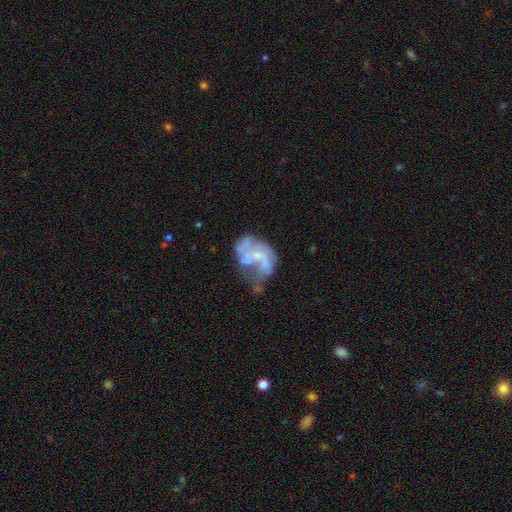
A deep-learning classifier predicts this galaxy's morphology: This appears to be a featured or disk galaxy (74%) with no bar (66%), spiral arms (62%) and a small central bulge (50%). Merging: major disturbance (33%).